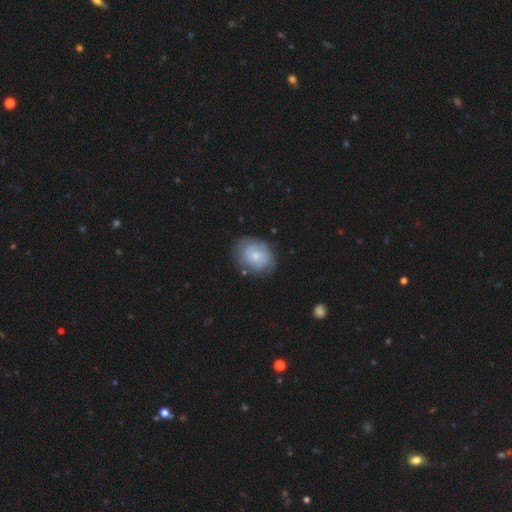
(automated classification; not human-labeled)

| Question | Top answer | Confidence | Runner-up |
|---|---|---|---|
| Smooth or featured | smooth | 51% | featured or disk (42%) |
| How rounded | round | 54% | in between (45%) |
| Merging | none | 72% | minor disturbance (20%) |